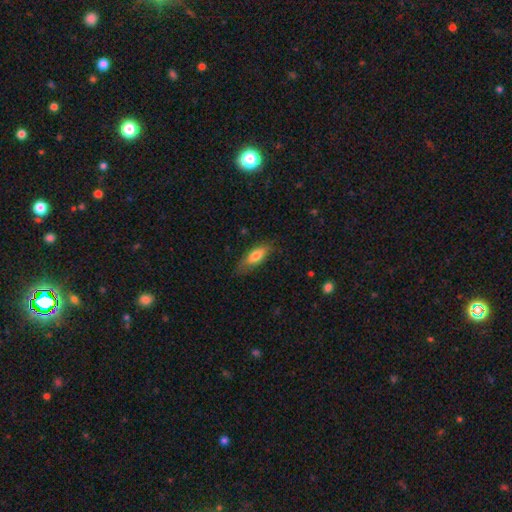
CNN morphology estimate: smooth 73%, featured or disk 20%, star or artifact 7%. Down the decision tree: how rounded — in between (66%); merging — none (72%).